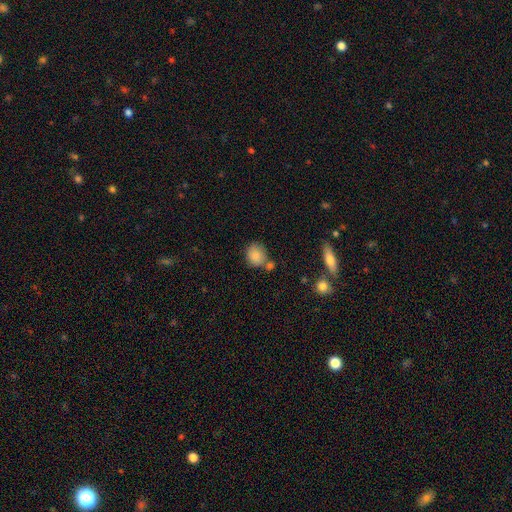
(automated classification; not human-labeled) A smooth galaxy with no disk features (85%) that is round (70%). Merging: none (59%).